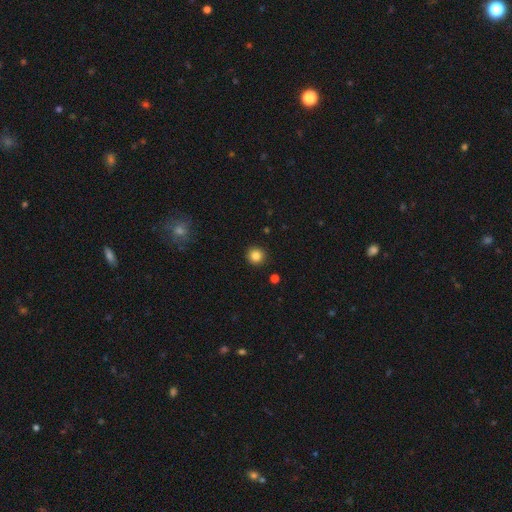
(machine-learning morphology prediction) This appears to be a smooth galaxy with no disk features (84%) that is round (95%). Merging: none (93%).